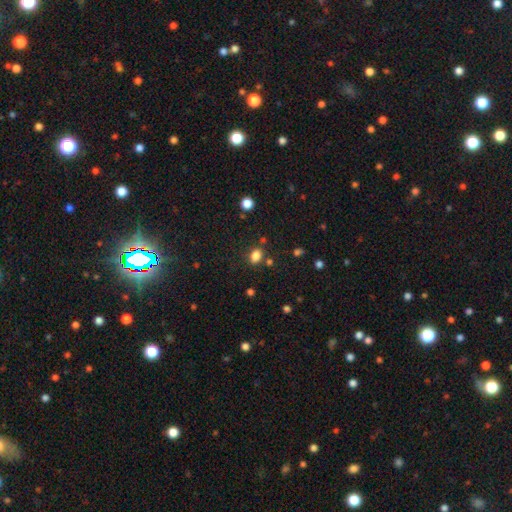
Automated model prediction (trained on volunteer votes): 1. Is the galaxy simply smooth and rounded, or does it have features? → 83% smooth, 12% star or artifact, 4% featured or disk.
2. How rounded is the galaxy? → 68% in between, 31% round, 1% cigar-shaped.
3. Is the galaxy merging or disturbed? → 79% none, 12% minor disturbance, 6% merger, 4% major disturbance.